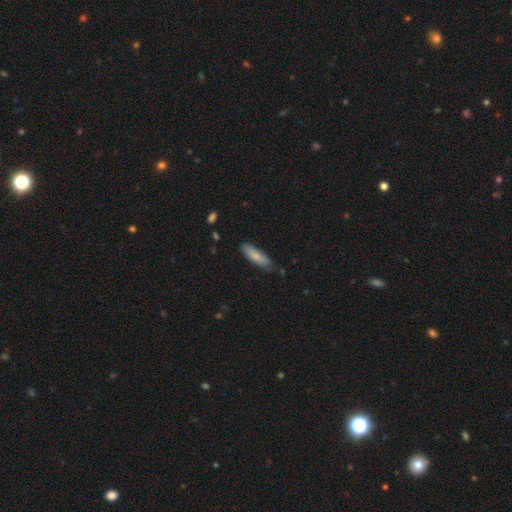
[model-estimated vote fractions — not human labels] A smooth galaxy with no disk features (77%) that is cigar-shaped (61%).

Vote fractions:
- Smooth or featured? smooth: 77% / featured or disk: 17% / star or artifact: 6%
- How rounded? cigar-shaped: 61% / in between: 38% / round: 2%
- Merging? none: 76% / minor disturbance: 19% / major disturbance: 3% / merger: 2%